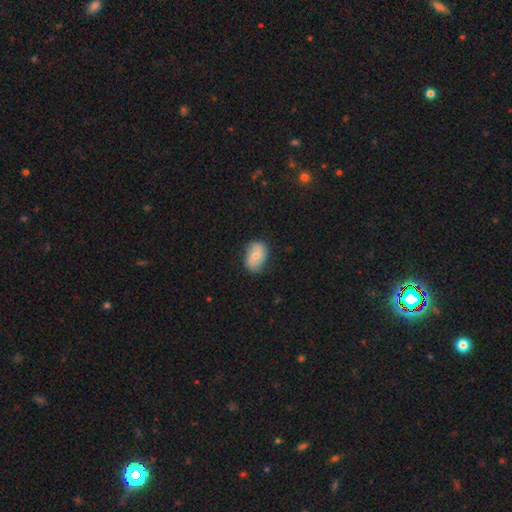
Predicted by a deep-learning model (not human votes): This is possibly a smooth galaxy (51%). How rounded: likely in between (76%). Merging: likely none (74%).